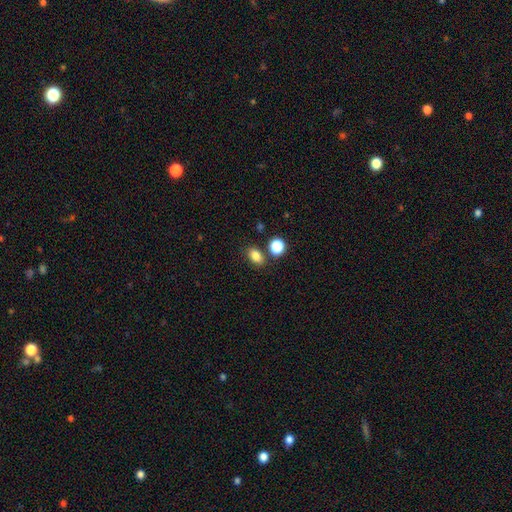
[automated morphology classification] Q: Smooth or featured?
A: smooth (83%); runner-up: star or artifact (11%)
Q: How rounded?
A: in between (73%); runner-up: round (25%)
Q: Merging?
A: none (76%); runner-up: merger (11%)